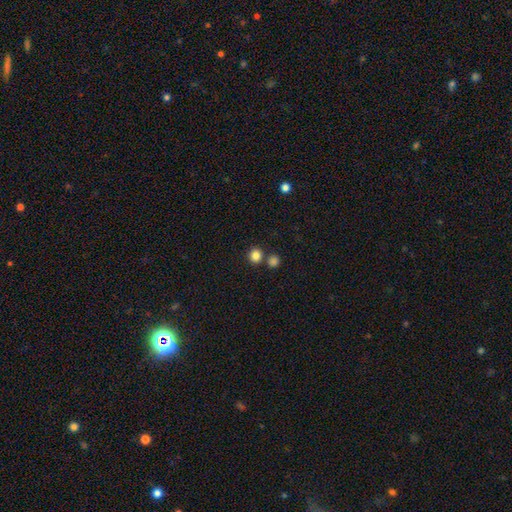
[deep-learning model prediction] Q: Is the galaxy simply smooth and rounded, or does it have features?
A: smooth — 85%.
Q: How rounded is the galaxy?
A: round — 87%.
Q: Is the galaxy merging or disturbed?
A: none — 72%.